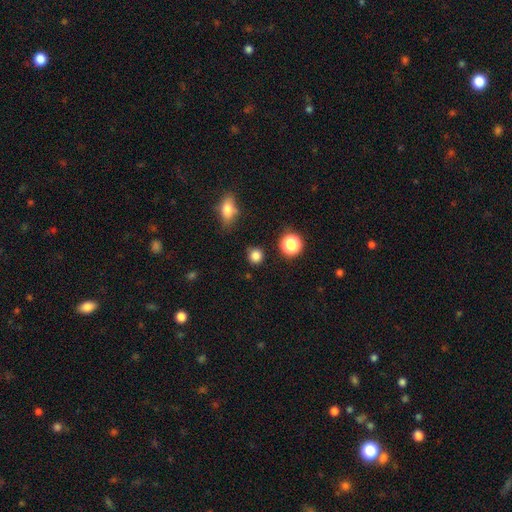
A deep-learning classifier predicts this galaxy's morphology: Smooth or featured? Predicted: smooth (p=0.83). How rounded? Predicted: round (p=0.88). Merging? Predicted: none (p=0.84).